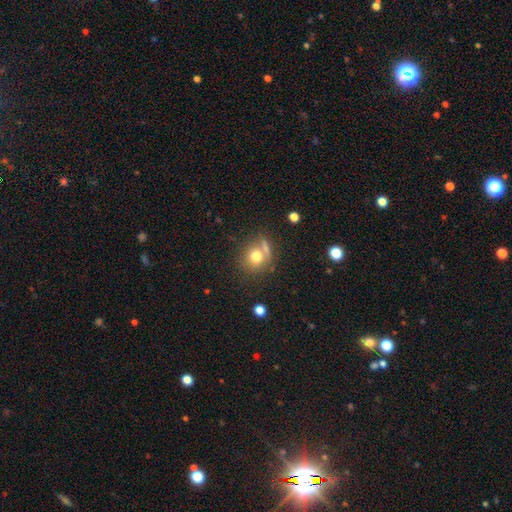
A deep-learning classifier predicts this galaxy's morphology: A smooth galaxy with no disk features (73%) that is round (81%).

Vote fractions:
- Smooth or featured? smooth: 73% / featured or disk: 14% / star or artifact: 13%
- How rounded? round: 81% / in between: 18% / cigar-shaped: 1%
- Merging? none: 58% / merger: 20% / minor disturbance: 14% / major disturbance: 7%